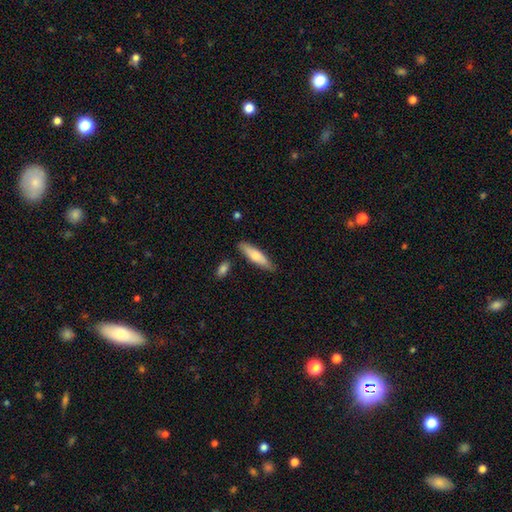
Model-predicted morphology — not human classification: Smooth or featured? Predicted: smooth (p=0.73). How rounded? Predicted: cigar-shaped (p=0.70). Merging? Predicted: none (p=0.82).